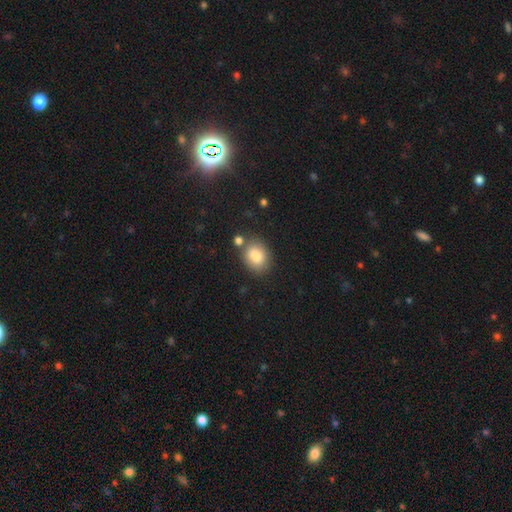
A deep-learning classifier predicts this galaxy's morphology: This is clearly a smooth galaxy (84%). How rounded: likely in between (63%). Merging: likely none (74%).